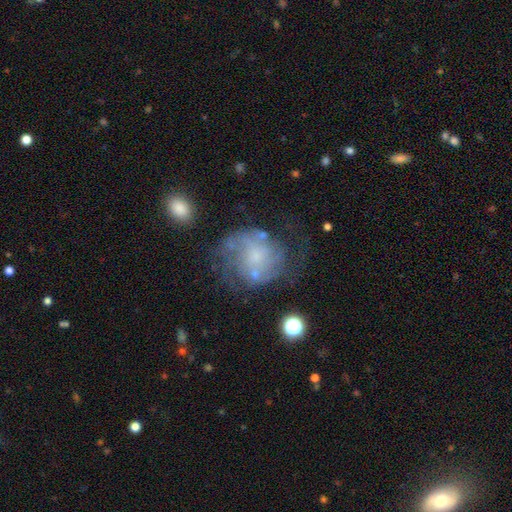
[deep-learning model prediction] smooth-or-featured: featured or disk: 68% | smooth: 22% | star or artifact: 10%
  disk-edge-on: no: 98% | yes: 2%
    bar: no: 75% | weak: 21% | strong: 4%
    has-spiral-arms: yes: 77% | no: 23%
      spiral-winding: medium: 40% | tight: 37% | loose: 23%
      spiral-arm-count: 2: 42% | can't tell: 35% | 3: 9% | 1: 6% | 4: 4% | more than 4: 4%
    bulge-size: small: 57% | moderate: 19% | none: 19% | large: 3% | dominant: 2%
  merging: none: 48% | major disturbance: 25% | minor disturbance: 21% | merger: 6%